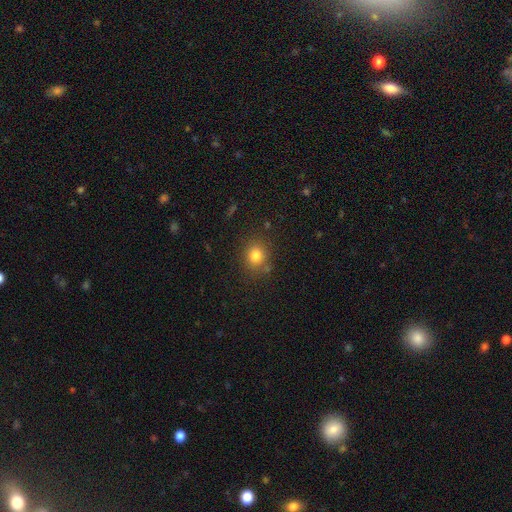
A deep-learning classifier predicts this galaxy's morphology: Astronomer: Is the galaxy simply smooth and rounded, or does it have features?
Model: smooth — 80%.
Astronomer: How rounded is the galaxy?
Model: round — 74%.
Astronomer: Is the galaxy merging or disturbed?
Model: none — 81%.